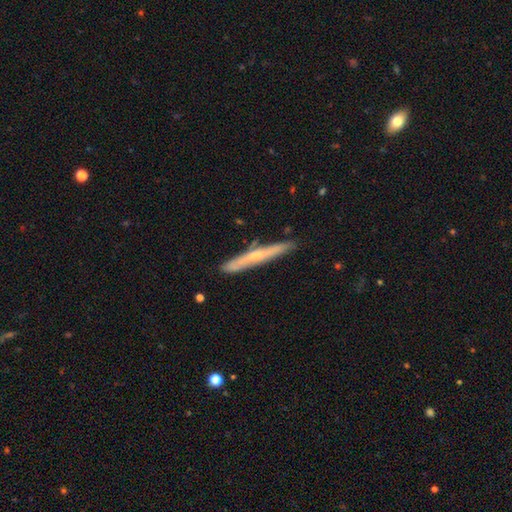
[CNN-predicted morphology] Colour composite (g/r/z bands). It shows a featured or disk galaxy (53%) viewed edge-on (92%). Merging: none (84%).